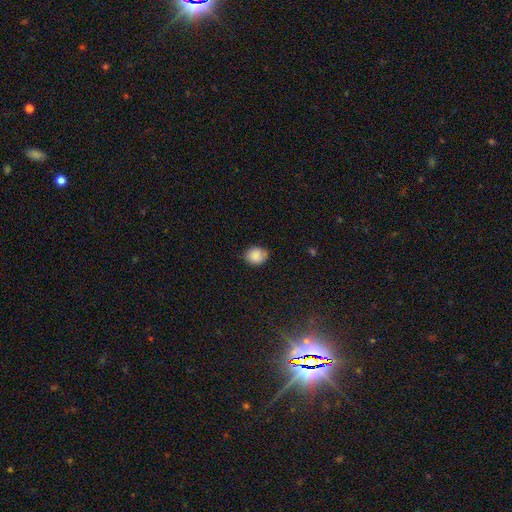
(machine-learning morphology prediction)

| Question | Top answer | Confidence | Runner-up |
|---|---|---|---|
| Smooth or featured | smooth | 86% | star or artifact (8%) |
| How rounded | round | 63% | in between (36%) |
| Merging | none | 69% | minor disturbance (25%) |